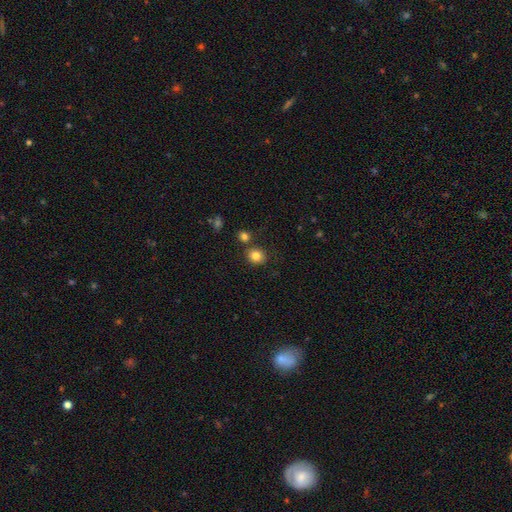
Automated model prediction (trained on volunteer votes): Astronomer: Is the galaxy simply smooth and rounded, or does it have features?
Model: smooth — 83%.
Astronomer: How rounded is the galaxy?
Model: round — 82%.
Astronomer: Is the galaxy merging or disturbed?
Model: none — 77%.